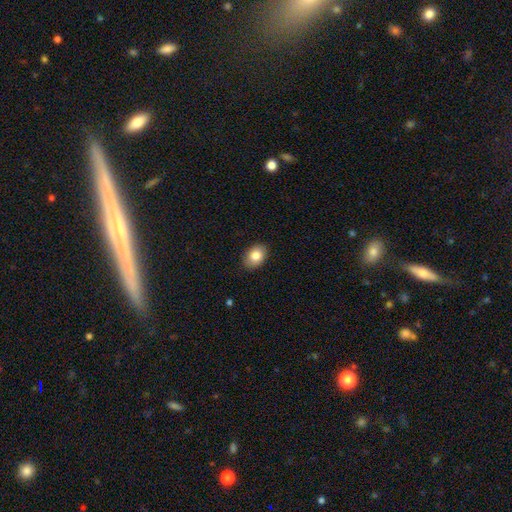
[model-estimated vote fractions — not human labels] Smooth or featured?
  - smooth: 84% *
  - featured or disk: 8%
  - star or artifact: 8%
How rounded?
  - in between: 77% *
  - round: 22%
  - cigar-shaped: 1%
Merging?
  - none: 87% *
  - minor disturbance: 10%
  - major disturbance: 2%
  - merger: 1%